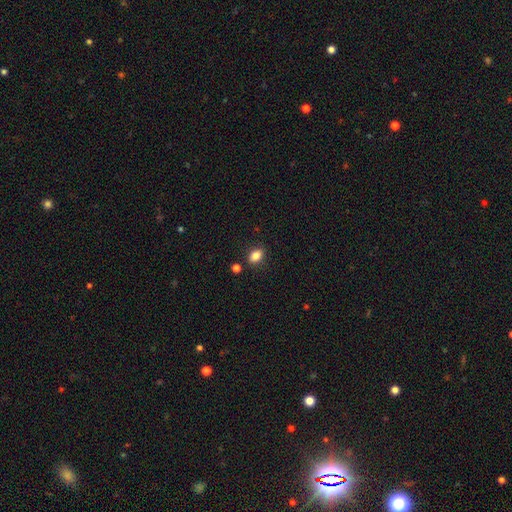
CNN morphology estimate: This is clearly a smooth galaxy (85%). How rounded: likely in between (75%). Merging: clearly none (83%).